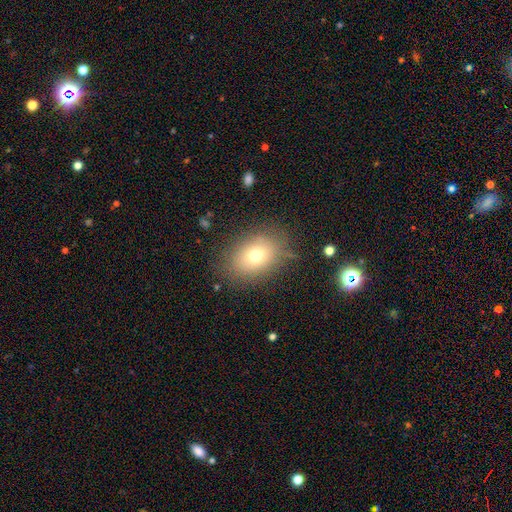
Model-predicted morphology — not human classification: This appears to be a smooth galaxy with no disk features (72%) that is in between round and cigar-shaped (69%). Merging: none (80%).